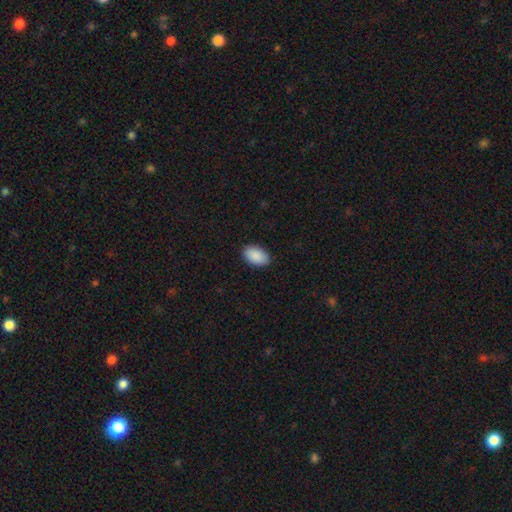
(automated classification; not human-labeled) This appears to be a smooth galaxy with no disk features (91%) that is in between round and cigar-shaped (94%). Merging: none (89%).